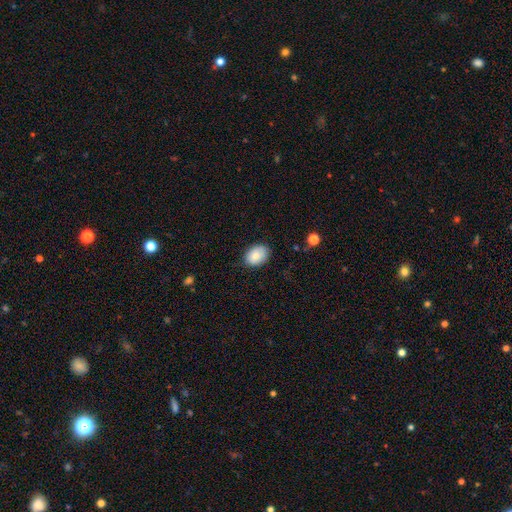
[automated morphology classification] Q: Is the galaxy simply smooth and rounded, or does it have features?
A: smooth — 83%.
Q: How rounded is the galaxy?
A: in between — 74%.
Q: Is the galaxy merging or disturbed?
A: none — 81%.